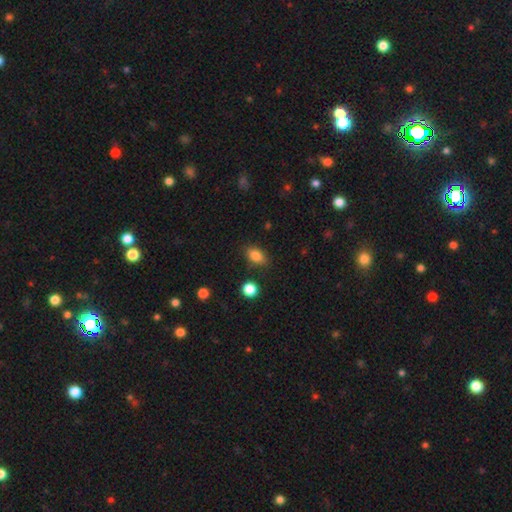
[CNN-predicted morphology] smooth-or-featured: smooth: 85% | star or artifact: 10% | featured or disk: 6%
  how-rounded: in between: 82% | round: 16% | cigar-shaped: 2%
  merging: none: 83% | minor disturbance: 12% | major disturbance: 3% | merger: 2%